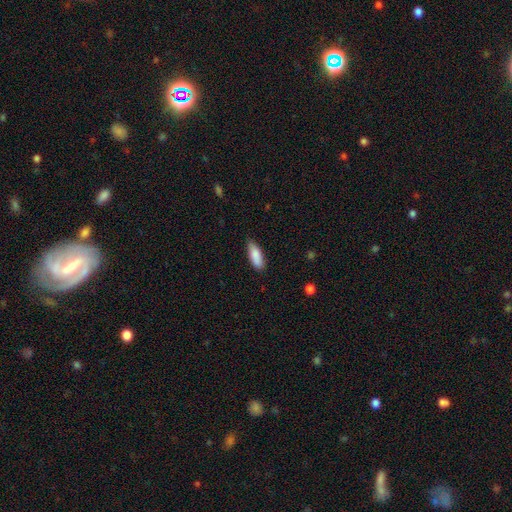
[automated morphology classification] smooth 87%, featured or disk 7%, star or artifact 6%. Down the decision tree: how rounded — in between (61%); merging — none (79%).